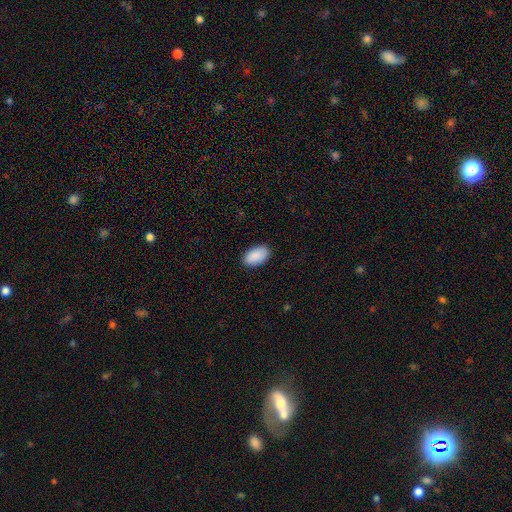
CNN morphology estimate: Smooth or featured: smooth — 91% (star or artifact — 6%)
How rounded: in between — 95% (round — 3%)
Merging: none — 88% (minor disturbance — 9%)